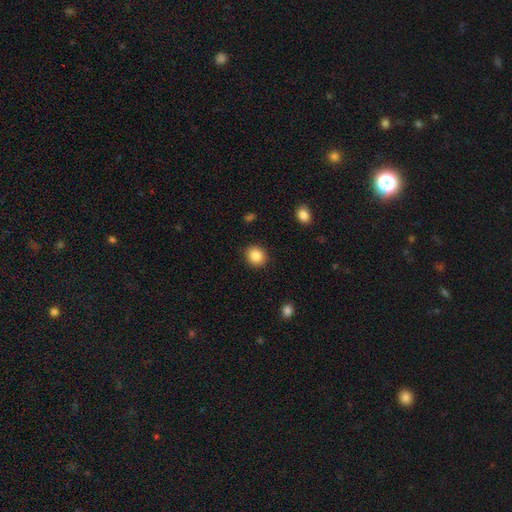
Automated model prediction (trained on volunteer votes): Smooth or featured? Predicted: smooth (p=0.85). How rounded? Predicted: round (p=0.80). Merging? Predicted: none (p=0.90).